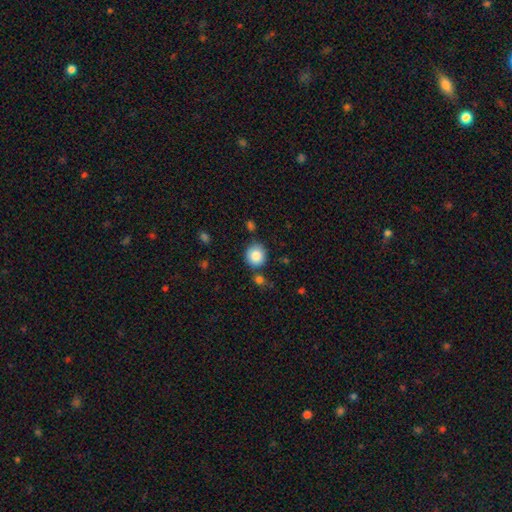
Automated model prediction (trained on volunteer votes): This appears to be a smooth galaxy with no disk features (85%) that is round (89%). Merging: none (79%).